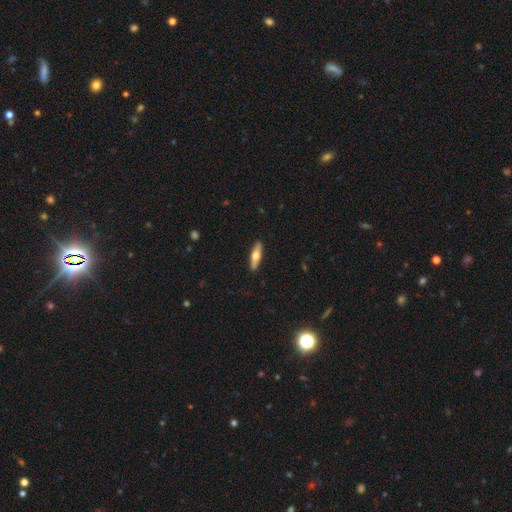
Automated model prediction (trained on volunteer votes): smooth_or_featured: smooth (p=0.53) [alt: featured or disk p=0.41]
how_rounded: cigar-shaped (p=0.65) [alt: in between p=0.33]
merging: none (p=0.91) [alt: minor disturbance p=0.07]